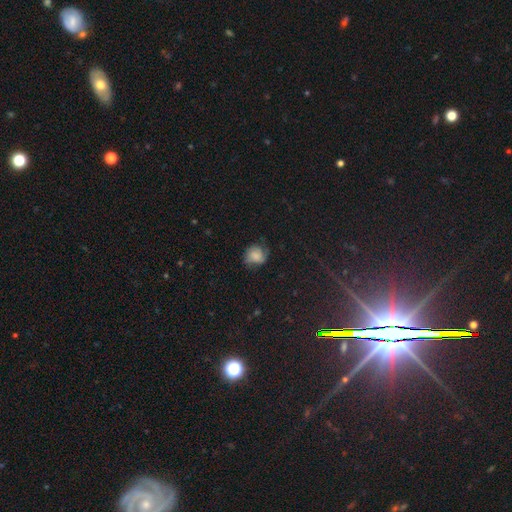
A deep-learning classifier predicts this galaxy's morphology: Smooth or featured: smooth — 59% (featured or disk — 29%)
How rounded: round — 72% (in between — 27%)
Merging: none — 60% (minor disturbance — 27%)